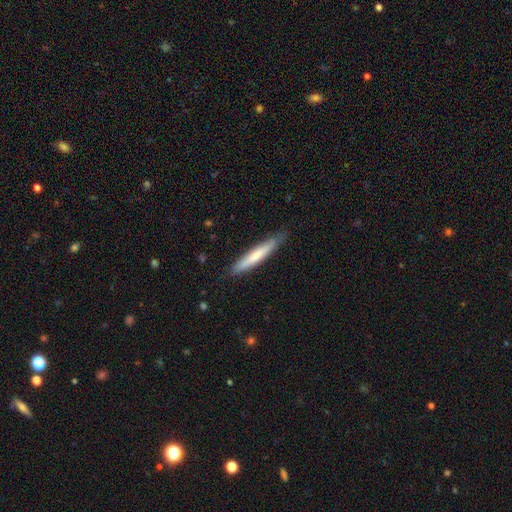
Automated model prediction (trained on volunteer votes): Smooth or featured: smooth — 64% (featured or disk — 31%)
How rounded: cigar-shaped — 94% (in between — 5%)
Merging: none — 84% (minor disturbance — 13%)